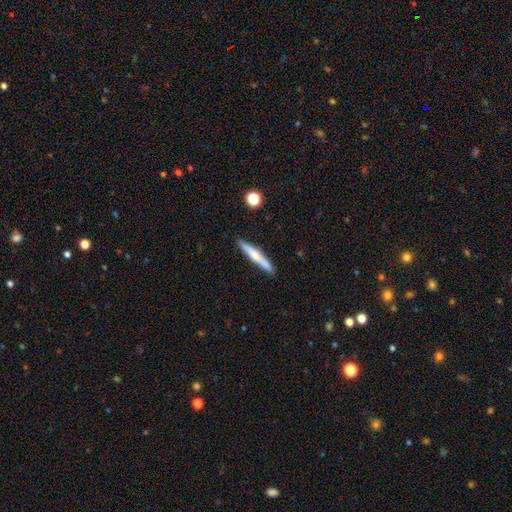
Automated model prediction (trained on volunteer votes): A smooth galaxy with no disk features (58%) that is cigar-shaped (94%).

Vote fractions:
- Smooth or featured? smooth: 58% / featured or disk: 35% / star or artifact: 6%
- How rounded? cigar-shaped: 94% / in between: 5% / round: 1%
- Merging? none: 86% / minor disturbance: 10% / merger: 2% / major disturbance: 2%